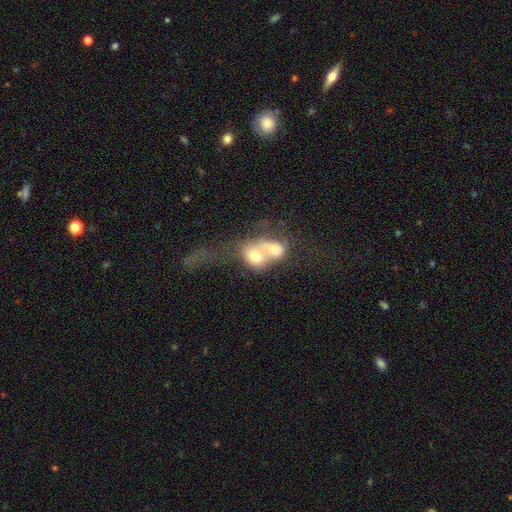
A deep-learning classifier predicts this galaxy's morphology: Smooth or featured?
  - smooth: 45% *
  - featured or disk: 41%
  - star or artifact: 14%
Merging?
  - merger: 77% *
  - major disturbance: 10%
  - none: 8%
  - minor disturbance: 4%